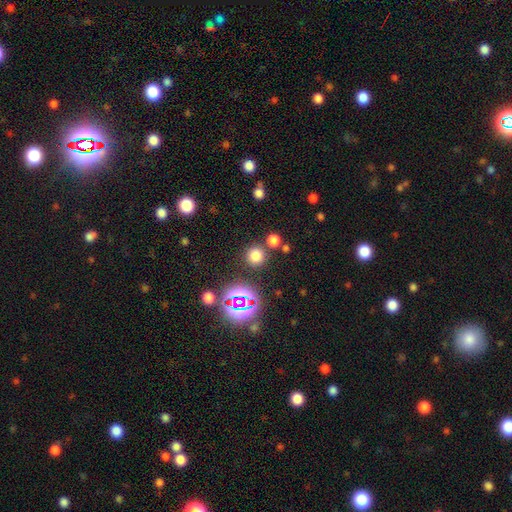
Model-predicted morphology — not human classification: A smooth galaxy with no disk features (72%) that is round (93%). Merging: none (82%).